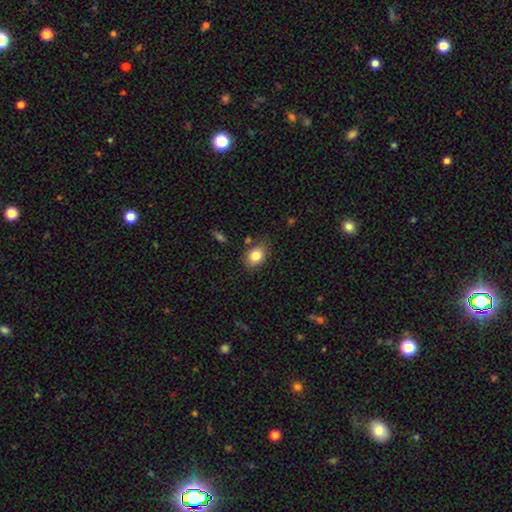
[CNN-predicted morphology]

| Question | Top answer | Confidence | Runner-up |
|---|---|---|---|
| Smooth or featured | smooth | 83% | star or artifact (9%) |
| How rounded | in between | 68% | round (31%) |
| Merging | none | 75% | minor disturbance (17%) |